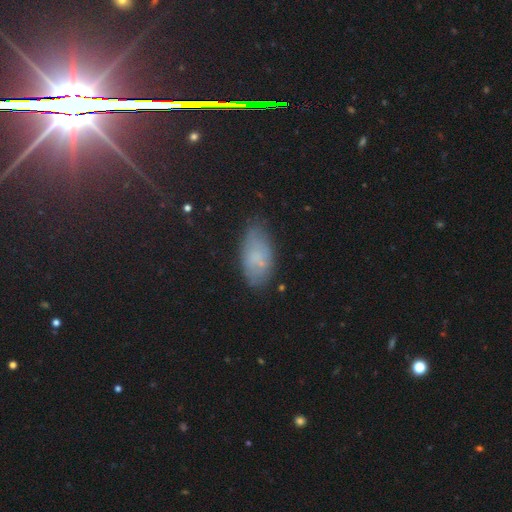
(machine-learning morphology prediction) A smooth galaxy with no disk features (63%) that is in between round and cigar-shaped (92%). Merging: none (72%).